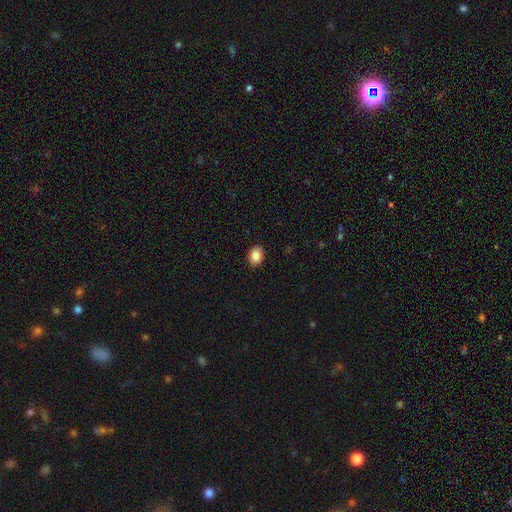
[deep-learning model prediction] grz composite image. It shows a smooth galaxy with no disk features (87%) that is in between round and cigar-shaped (67%). Merging: none (90%).